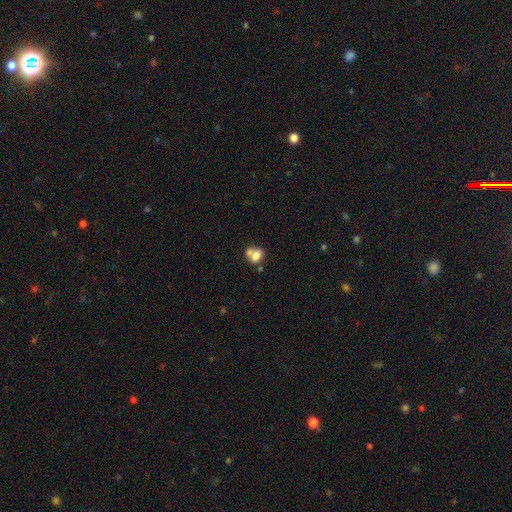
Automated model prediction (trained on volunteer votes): smooth_or_featured: smooth (p=0.73) [alt: featured or disk p=0.17]
how_rounded: in between (p=0.59) [alt: round p=0.40]
merging: merger (p=0.49) [alt: none p=0.35]